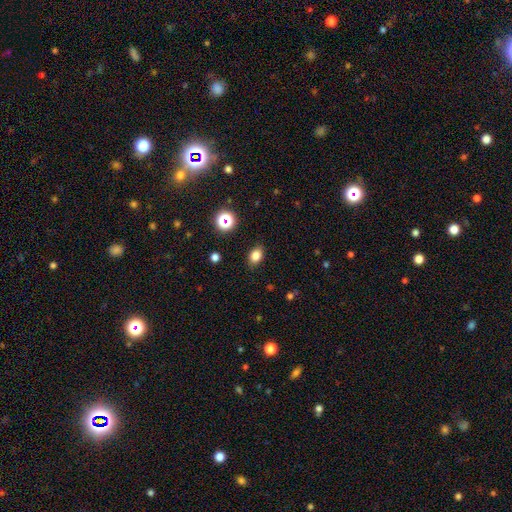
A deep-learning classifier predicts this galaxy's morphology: Smooth or featured: smooth — 80% (star or artifact — 13%)
How rounded: in between — 73% (round — 26%)
Merging: none — 86% (minor disturbance — 10%)